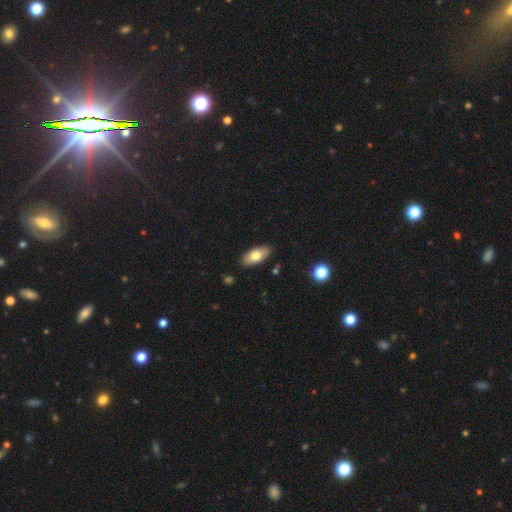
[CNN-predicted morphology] A smooth galaxy with no disk features (73%) that is in between round and cigar-shaped (89%). Merging: none (87%).